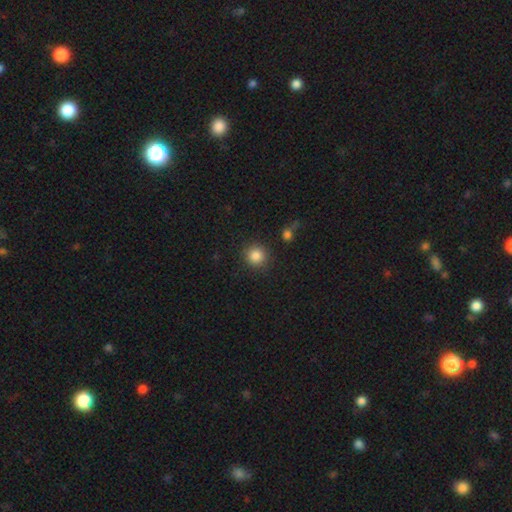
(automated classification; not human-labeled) Overall: smooth (84%). How rounded: round (92%). Merging: none (87%).